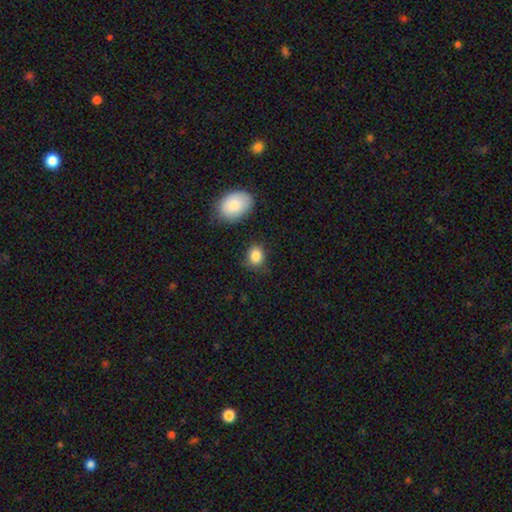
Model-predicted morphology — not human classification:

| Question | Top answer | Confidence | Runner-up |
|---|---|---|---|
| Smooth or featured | smooth | 86% | star or artifact (9%) |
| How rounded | round | 56% | in between (43%) |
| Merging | none | 71% | minor disturbance (20%) |